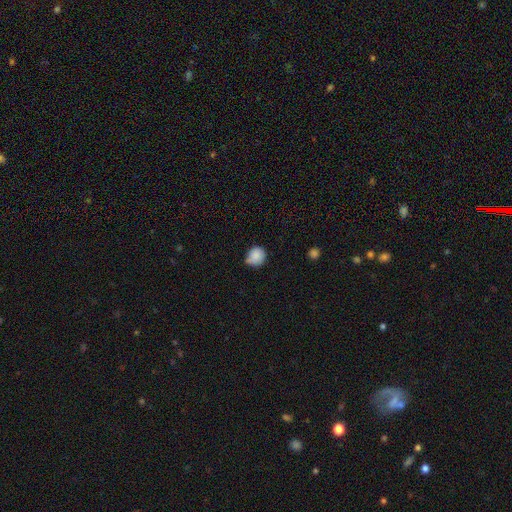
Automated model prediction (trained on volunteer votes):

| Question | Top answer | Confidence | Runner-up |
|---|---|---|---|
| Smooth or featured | smooth | 86% | star or artifact (9%) |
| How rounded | round | 81% | in between (18%) |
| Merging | none | 61% | minor disturbance (32%) |